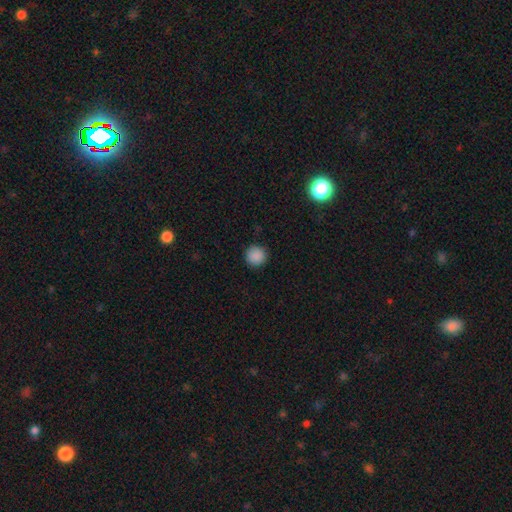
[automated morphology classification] Overall: smooth (88%). How rounded: round (95%). Merging: none (92%).